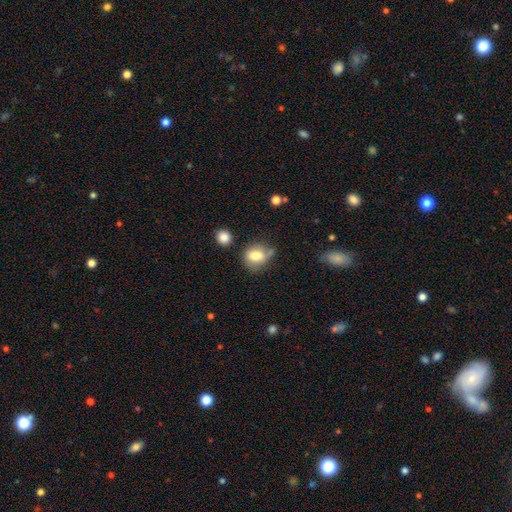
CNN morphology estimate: A smooth galaxy with no disk features (77%) that is round (55%).

Vote fractions:
- Smooth or featured? smooth: 77% / featured or disk: 14% / star or artifact: 10%
- How rounded? round: 55% / in between: 44% / cigar-shaped: 1%
- Merging? none: 53% / minor disturbance: 28% / merger: 10% / major disturbance: 9%